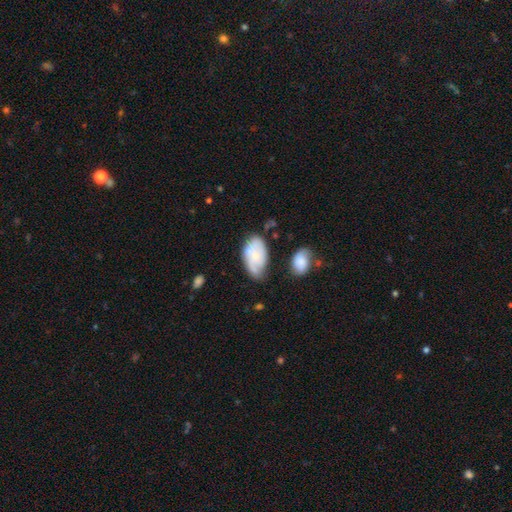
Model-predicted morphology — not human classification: smooth-or-featured: featured or disk: 48% | smooth: 46% | star or artifact: 7%
  merging: none: 44% | minor disturbance: 29% | merger: 16% | major disturbance: 11%